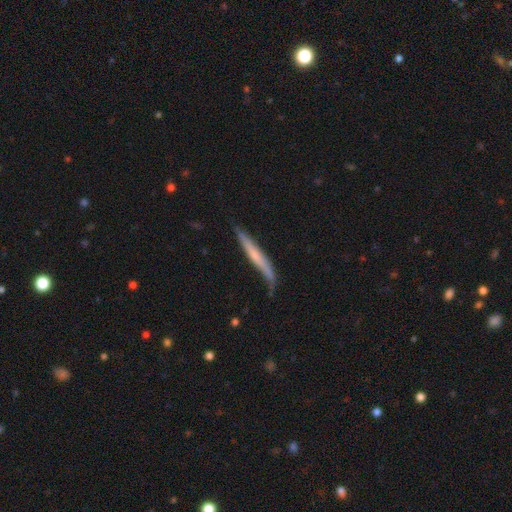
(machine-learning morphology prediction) Smooth or featured?
  - smooth: 50% *
  - featured or disk: 45%
  - star or artifact: 6%
Merging?
  - none: 60% *
  - minor disturbance: 29%
  - major disturbance: 7%
  - merger: 3%